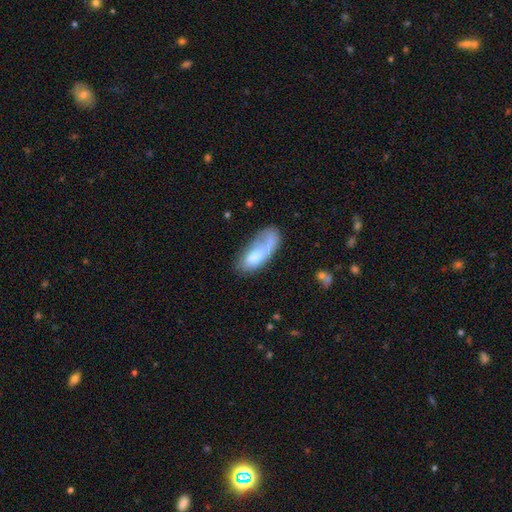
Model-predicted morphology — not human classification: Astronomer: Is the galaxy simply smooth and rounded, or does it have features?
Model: smooth — 57% (runner-up: featured or disk, 36%).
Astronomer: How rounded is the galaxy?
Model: in between — 87%.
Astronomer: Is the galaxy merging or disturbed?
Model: major disturbance — 33% (runner-up: none, 32%).